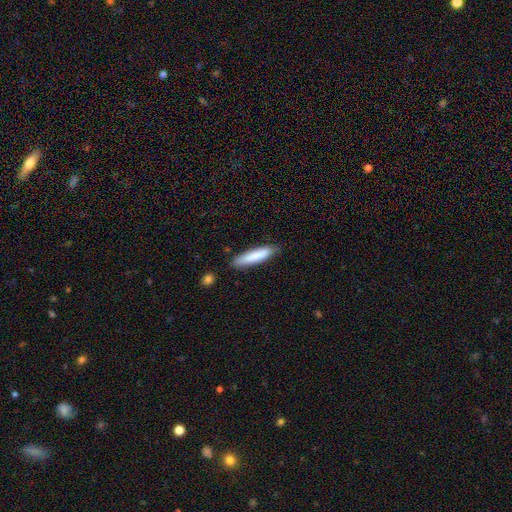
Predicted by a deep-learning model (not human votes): A smooth galaxy with no disk features (82%) that is cigar-shaped (84%).

Vote fractions:
- Smooth or featured? smooth: 82% / featured or disk: 12% / star or artifact: 6%
- How rounded? cigar-shaped: 84% / in between: 15% / round: 1%
- Merging? none: 83% / minor disturbance: 13% / major disturbance: 2% / merger: 2%